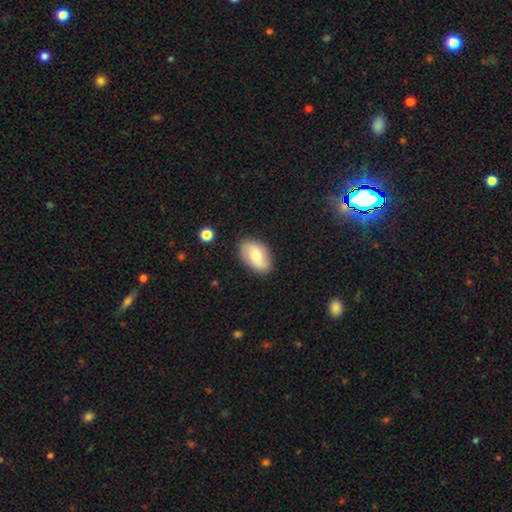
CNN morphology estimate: A smooth galaxy with no disk features (58%) that is in between round and cigar-shaped (90%).

Vote fractions:
- Smooth or featured? smooth: 58% / featured or disk: 35% / star or artifact: 7%
- How rounded? in between: 90% / round: 8% / cigar-shaped: 2%
- Merging? none: 84% / minor disturbance: 12% / major disturbance: 3% / merger: 1%